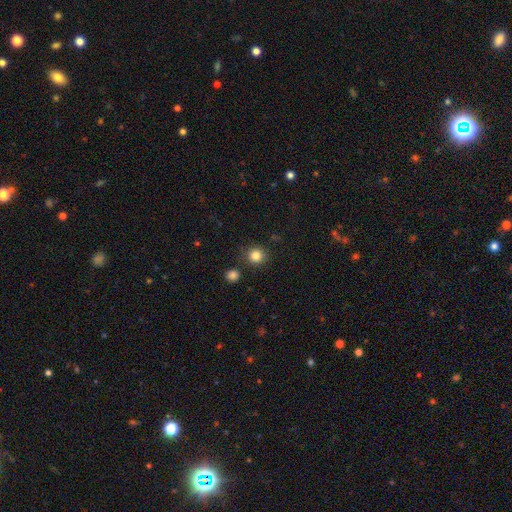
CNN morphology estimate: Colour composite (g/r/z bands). It shows a smooth galaxy with no disk features (83%) that is round (92%). Merging: none (87%).